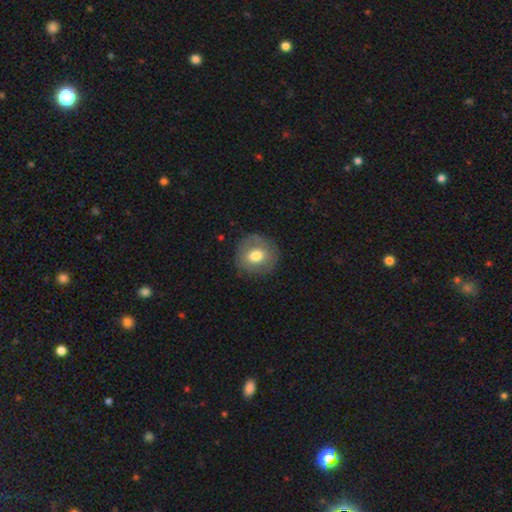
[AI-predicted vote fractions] Smooth or featured? Predicted: smooth (p=0.67). How rounded? Predicted: round (p=0.89). Merging? Predicted: none (p=0.83).